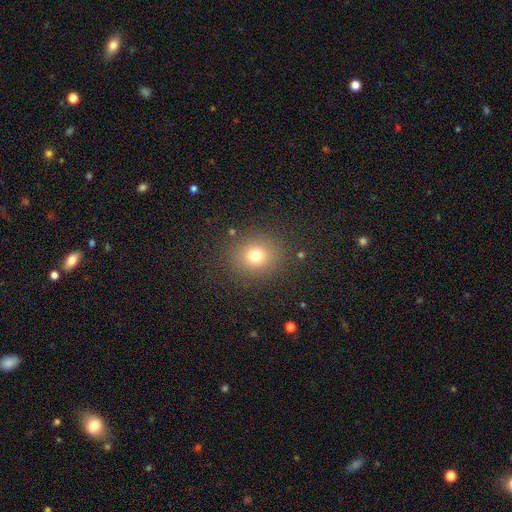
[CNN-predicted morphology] Smooth or featured? smooth (74%)
How rounded? round (82%)
Merging? none (86%)